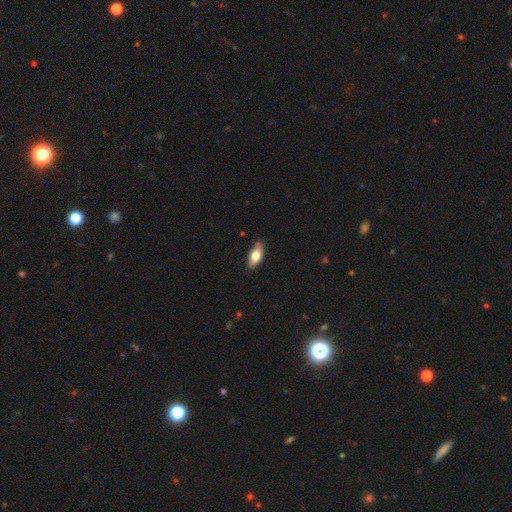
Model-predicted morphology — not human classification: Smooth or featured?
  - smooth: 67% *
  - featured or disk: 26%
  - star or artifact: 6%
How rounded?
  - in between: 82% *
  - cigar-shaped: 15%
  - round: 3%
Merging?
  - none: 79% *
  - minor disturbance: 17%
  - major disturbance: 3%
  - merger: 2%